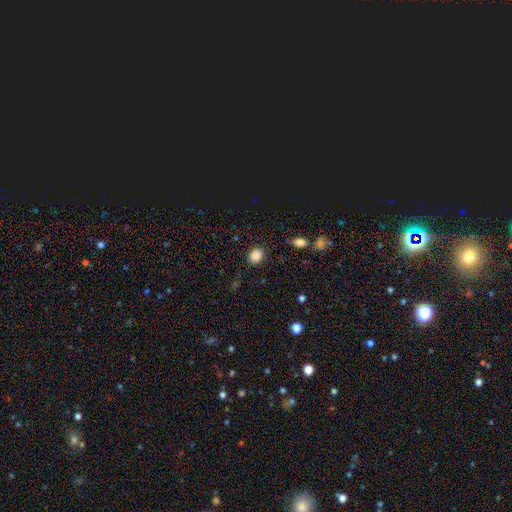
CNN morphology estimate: Smooth or featured? smooth (86%)
How rounded? round (65%)
Merging? none (87%)